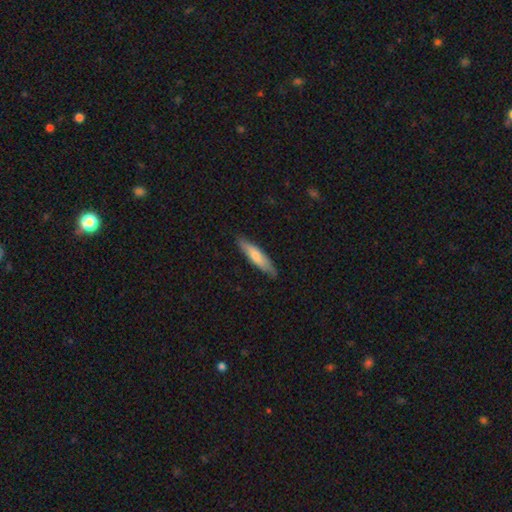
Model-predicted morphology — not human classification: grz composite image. It shows a smooth galaxy with no disk features (68%) that is cigar-shaped (76%). Merging: none (84%).